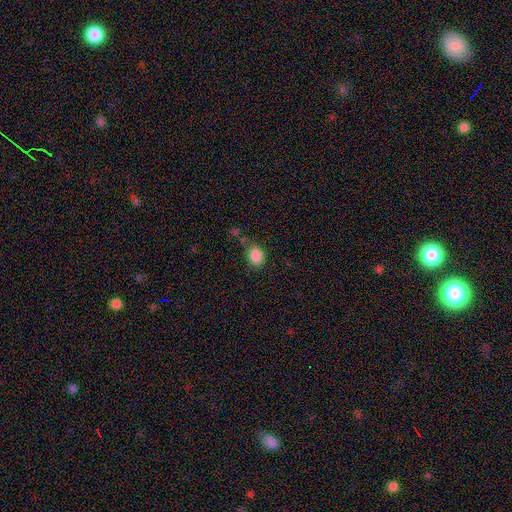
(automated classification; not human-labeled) A smooth galaxy with no disk features (87%) that is in between round and cigar-shaped (68%). Merging: none (70%).